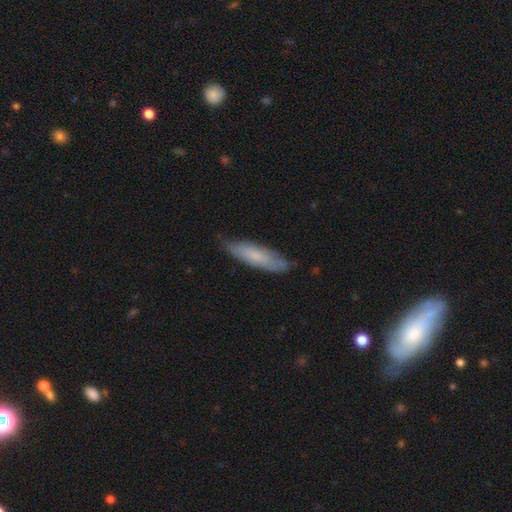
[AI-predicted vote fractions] A smooth galaxy with no disk features (66%) that is cigar-shaped (64%).

Vote fractions:
- Smooth or featured? smooth: 66% / featured or disk: 28% / star or artifact: 6%
- How rounded? cigar-shaped: 64% / in between: 35% / round: 1%
- Merging? none: 72% / minor disturbance: 23% / major disturbance: 4% / merger: 1%